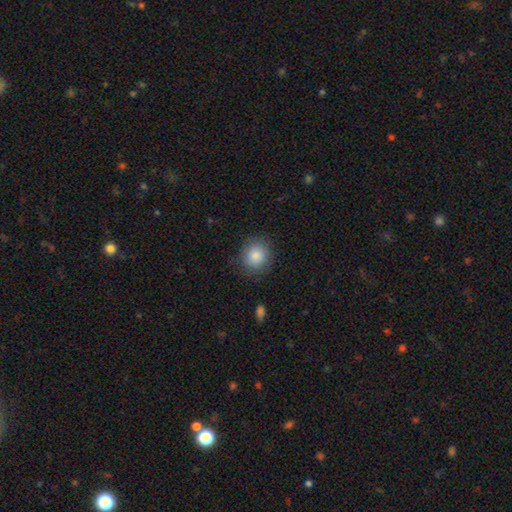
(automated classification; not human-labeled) This appears to be a smooth galaxy with no disk features (87%) that is round (85%). Merging: none (84%).